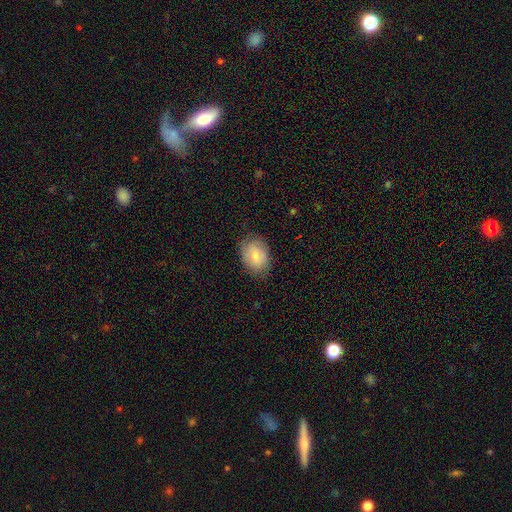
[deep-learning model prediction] Overall: smooth (79%). How rounded: in between (73%). Merging: none (77%).